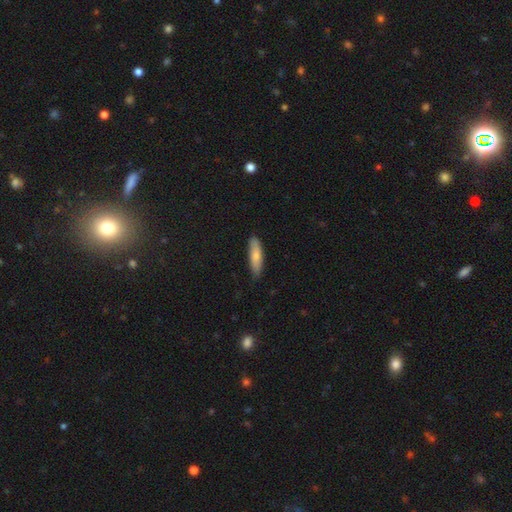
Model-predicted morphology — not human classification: Q: Smooth or featured?
A: smooth (76%); runner-up: featured or disk (18%)
Q: How rounded?
A: cigar-shaped (66%); runner-up: in between (33%)
Q: Merging?
A: none (82%); runner-up: minor disturbance (15%)